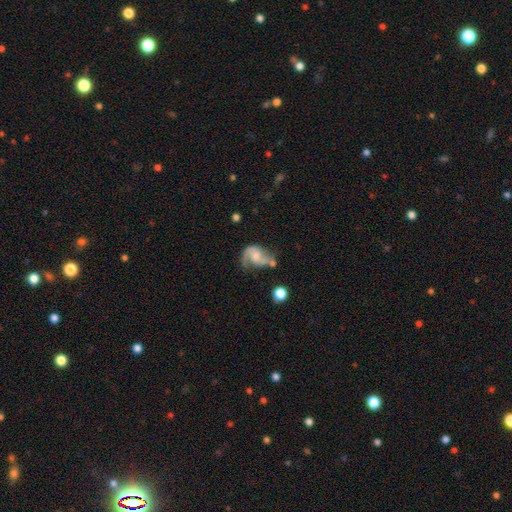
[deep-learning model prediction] The model was most divided on "spiral winding": medium: 44%, loose: 42%, tight: 14%. Remaining: edge-on disk — no (98%); spiral arms — yes (92%); spiral arm count — 2 (78%); smooth or featured — featured or disk (76%); bar — no (56%); bulge size — moderate (41%); merging — none (41%).